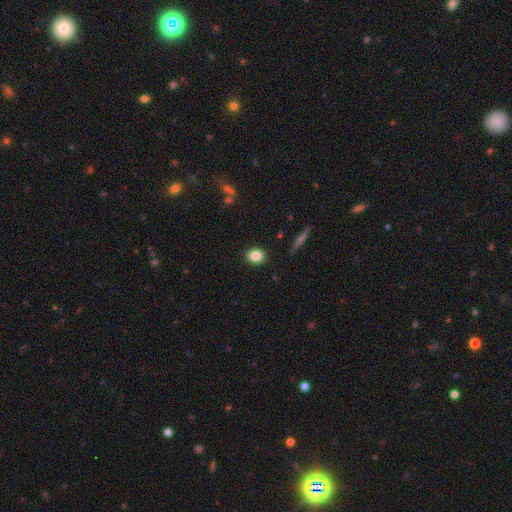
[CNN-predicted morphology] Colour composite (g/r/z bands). It shows a smooth galaxy with no disk features (82%) that is round (52%). Merging: none (90%).